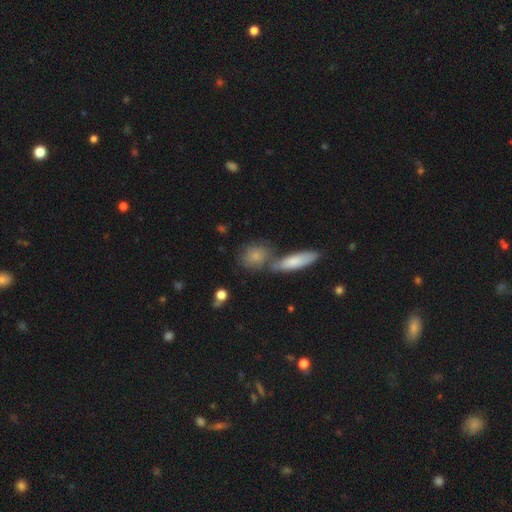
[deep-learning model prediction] Morphology: type=smooth (73%); roundness=in between (45%); merging=none (48%).